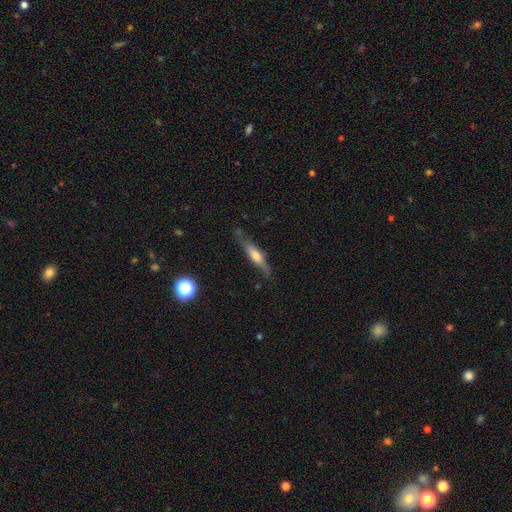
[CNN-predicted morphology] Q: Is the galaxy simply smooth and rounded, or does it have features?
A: featured or disk — 52%.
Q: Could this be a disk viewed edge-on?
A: yes — 81%.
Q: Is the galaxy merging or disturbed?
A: none — 68%.